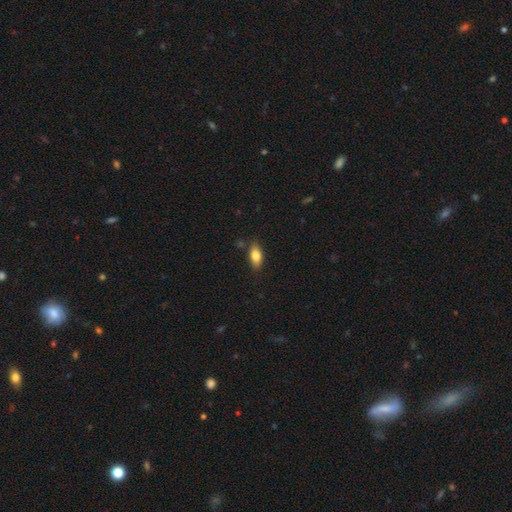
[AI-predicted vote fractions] Smooth or featured? smooth (79%)
How rounded? in between (86%)
Merging? none (82%)